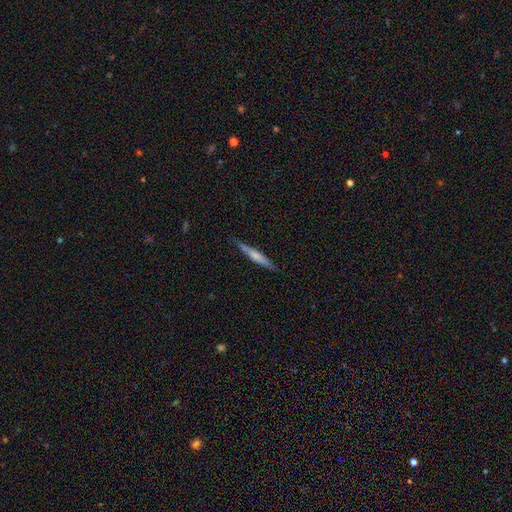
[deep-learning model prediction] Smooth or featured? Predicted: smooth (p=0.53). How rounded? Predicted: cigar-shaped (p=0.94). Merging? Predicted: none (p=0.85).